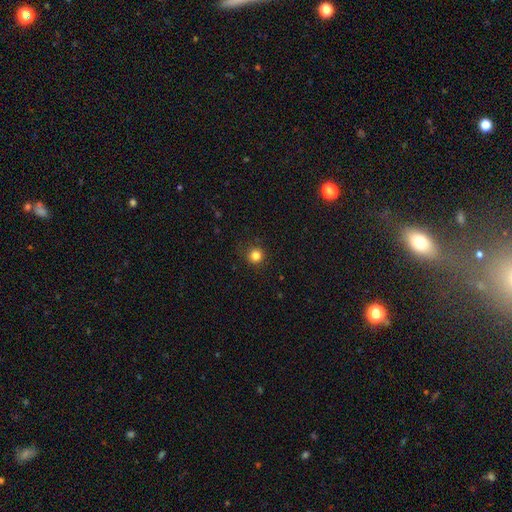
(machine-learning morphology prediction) Smooth or featured: smooth — 82% (star or artifact — 13%)
How rounded: round — 94% (in between — 5%)
Merging: none — 90% (minor disturbance — 7%)